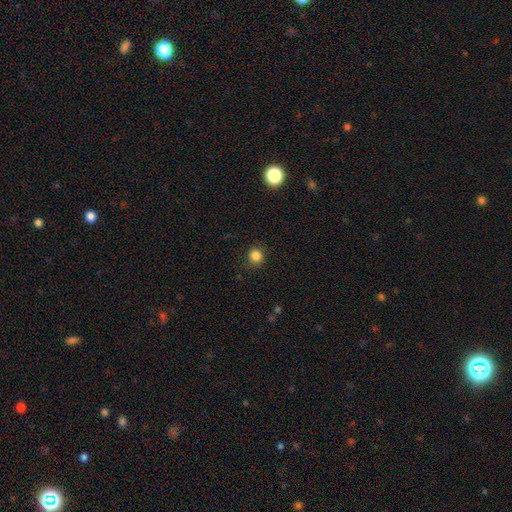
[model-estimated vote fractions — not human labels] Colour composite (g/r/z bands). It shows a smooth galaxy with no disk features (84%) that is round (89%). Merging: none (87%).